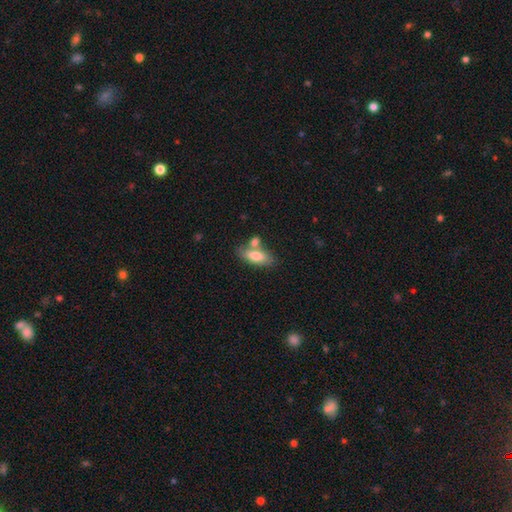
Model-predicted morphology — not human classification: smooth_or_featured: smooth (p=0.79) [alt: featured or disk p=0.15]
how_rounded: in between (p=0.78) [alt: cigar-shaped p=0.19]
merging: none (p=0.57) [alt: merger p=0.25]